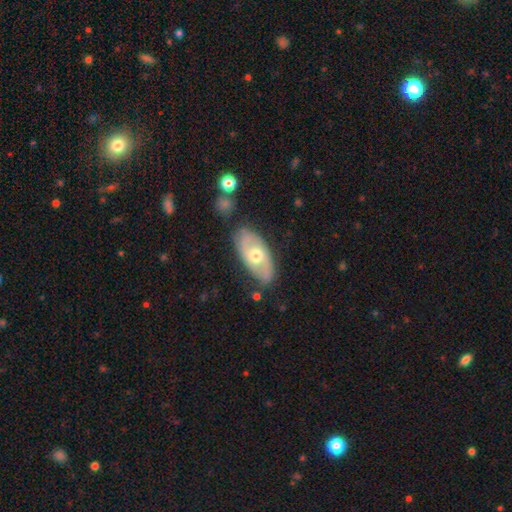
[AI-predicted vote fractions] Smooth or featured?
  - featured or disk: 60% *
  - smooth: 34%
  - star or artifact: 6%
Edge-on disk?
  - no: 87% *
  - yes: 13%
Bar?
  - no: 76% *
  - weak: 19%
  - strong: 5%
Spiral arms?
  - yes: 57% *
  - no: 43%
Bulge size?
  - moderate: 75% *
  - small: 17%
  - large: 6%
  - none: 1%
  - dominant: 1%
Merging?
  - none: 78% *
  - minor disturbance: 15%
  - major disturbance: 4%
  - merger: 3%